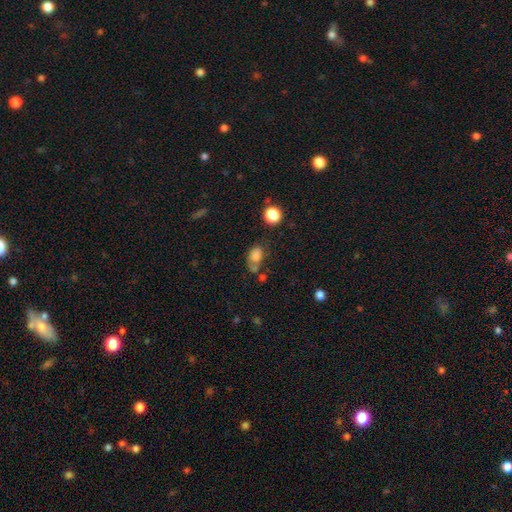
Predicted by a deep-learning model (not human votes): smooth-or-featured: smooth: 76% | star or artifact: 12% | featured or disk: 11%
  how-rounded: in between: 82% | round: 16% | cigar-shaped: 2%
  merging: none: 39% | minor disturbance: 26% | merger: 19% | major disturbance: 16%